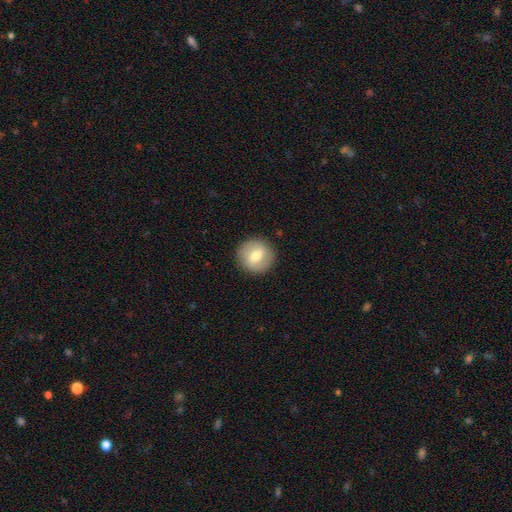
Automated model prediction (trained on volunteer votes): smooth_or_featured: smooth (p=0.61) [alt: featured or disk p=0.32]
how_rounded: round (p=0.91) [alt: in between p=0.08]
merging: none (p=0.89) [alt: minor disturbance p=0.07]